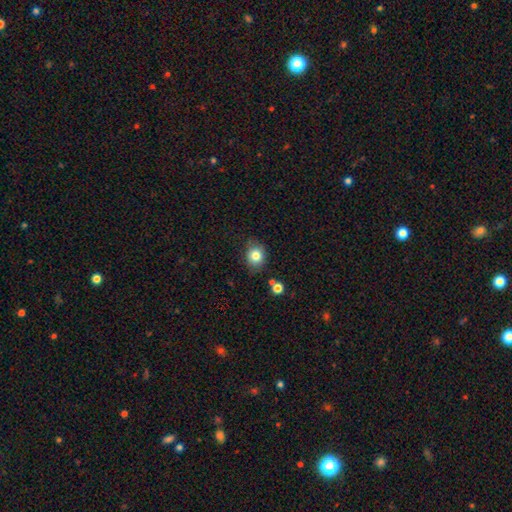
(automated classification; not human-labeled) A smooth galaxy with no disk features (81%) that is round (66%).

Vote fractions:
- Smooth or featured? smooth: 81% / star or artifact: 11% / featured or disk: 8%
- How rounded? round: 66% / in between: 33% / cigar-shaped: 1%
- Merging? none: 79% / minor disturbance: 15% / merger: 3% / major disturbance: 3%